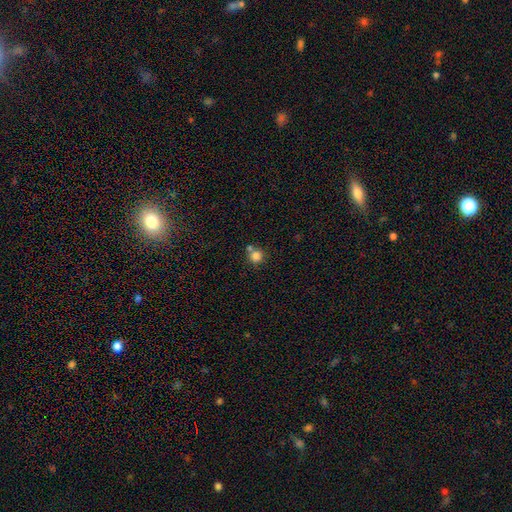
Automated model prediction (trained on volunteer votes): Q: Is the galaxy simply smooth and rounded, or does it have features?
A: smooth — 82%.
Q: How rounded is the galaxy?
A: round — 92%.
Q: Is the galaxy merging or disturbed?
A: none — 59%.